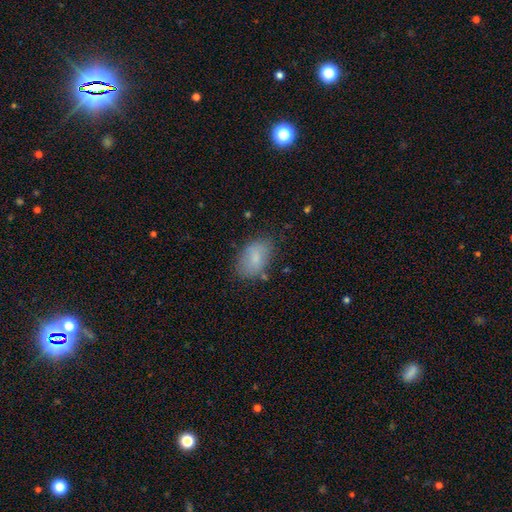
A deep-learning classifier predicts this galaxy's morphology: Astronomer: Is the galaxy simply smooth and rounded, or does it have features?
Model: smooth — 79%.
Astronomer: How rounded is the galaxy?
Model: in between — 90%.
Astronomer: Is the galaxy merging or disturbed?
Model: none — 77%.